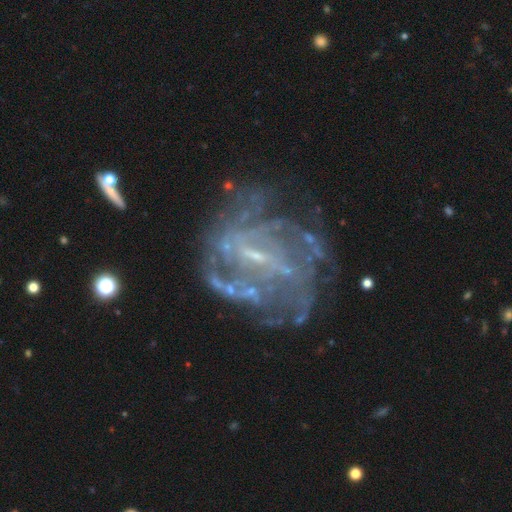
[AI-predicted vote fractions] Morphology: type=featured or disk (82%); edge-on=no (97%); bar=weak (51%); spiral arms=yes (74%); winding=tight (46%); arm count=can't tell (50%); bulge=small (67%); merging=none (58%).